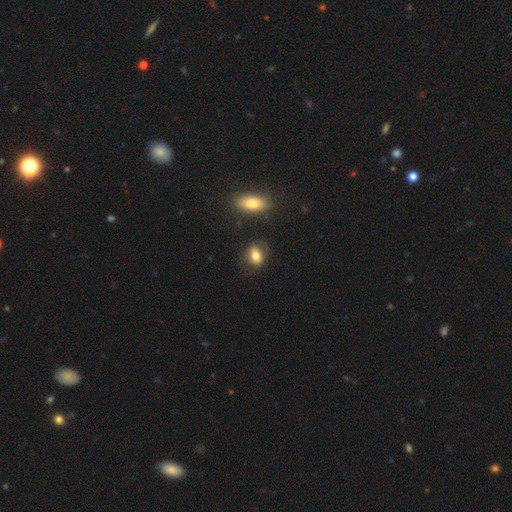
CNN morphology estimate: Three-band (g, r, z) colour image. It shows a smooth galaxy with no disk features (80%) that is in between round and cigar-shaped (75%). Merging: none (78%).